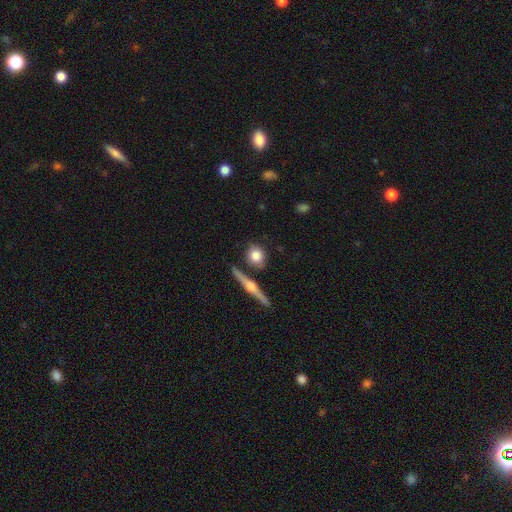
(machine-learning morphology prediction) type=smooth (70%); roundness=round (75%); merging=none (76%).